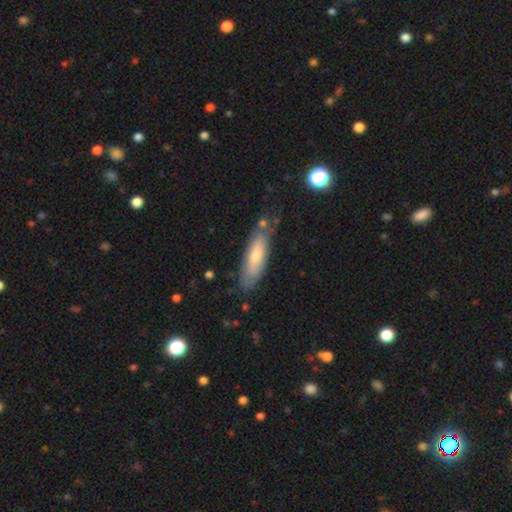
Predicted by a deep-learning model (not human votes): Morphology: type=smooth (64%); roundness=cigar-shaped (56%); merging=none (71%).